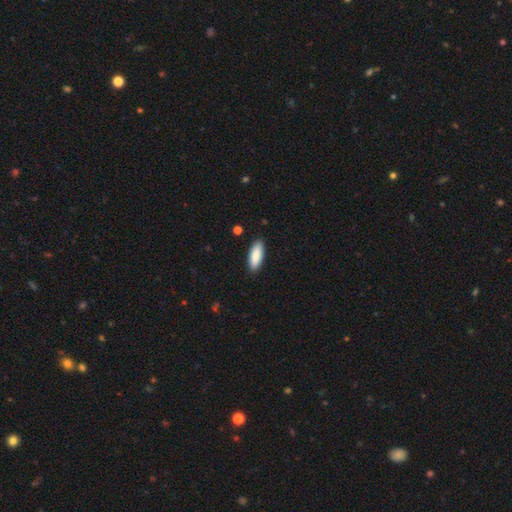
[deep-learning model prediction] Smooth or featured?
  - smooth: 89% *
  - star or artifact: 6%
  - featured or disk: 5%
How rounded?
  - in between: 73% *
  - cigar-shaped: 26%
  - round: 2%
Merging?
  - none: 89% *
  - minor disturbance: 9%
  - major disturbance: 2%
  - merger: 1%